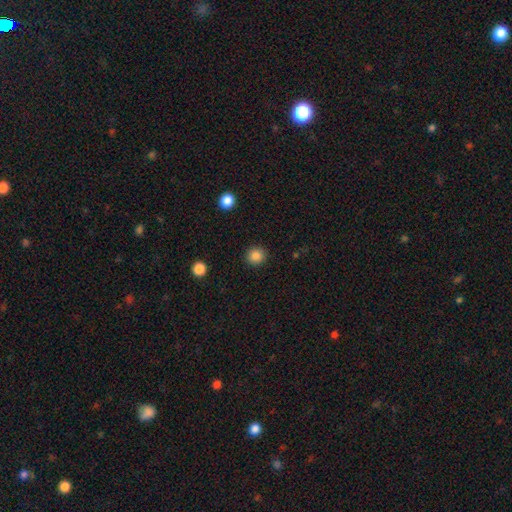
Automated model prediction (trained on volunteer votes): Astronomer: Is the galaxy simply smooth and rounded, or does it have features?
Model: smooth — 86%.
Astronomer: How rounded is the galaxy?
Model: round — 91%.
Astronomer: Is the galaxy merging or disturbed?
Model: none — 92%.